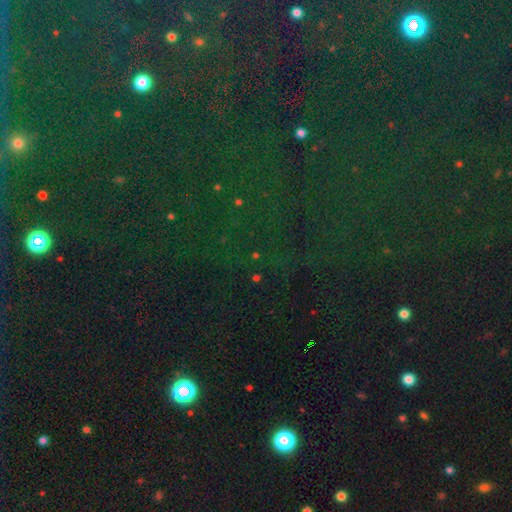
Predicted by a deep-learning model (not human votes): This is likely a star or artifact rather than a galaxy (79%).